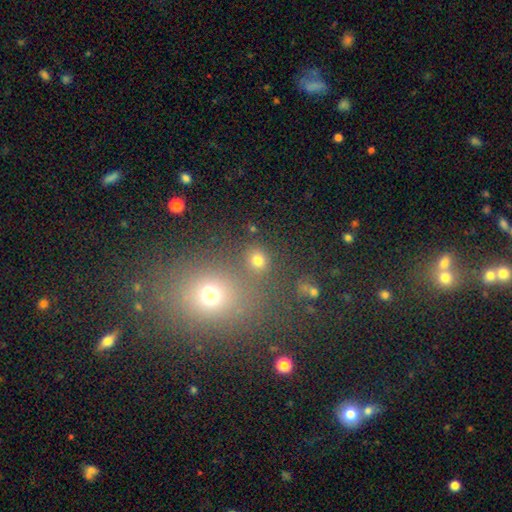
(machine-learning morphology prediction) A smooth galaxy with no disk features (60%) that is round (72%).

Vote fractions:
- Smooth or featured? smooth: 60% / star or artifact: 31% / featured or disk: 10%
- How rounded? round: 72% / in between: 26% / cigar-shaped: 2%
- Merging? none: 74% / merger: 12% / minor disturbance: 9% / major disturbance: 5%